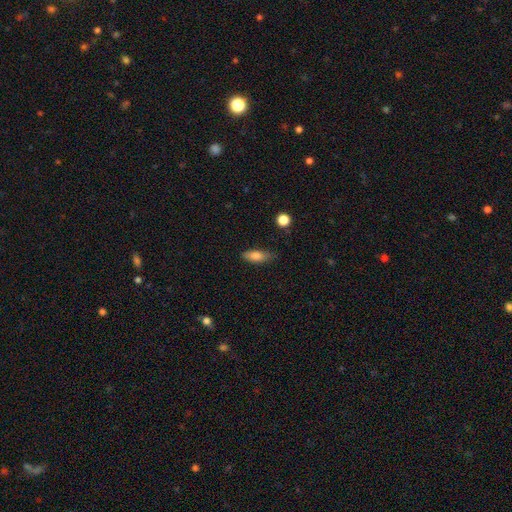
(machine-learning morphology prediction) The model was most divided on "how rounded": in between: 72%, cigar-shaped: 25%, round: 3%. More confident: smooth or featured — smooth (80%); merging — none (73%).